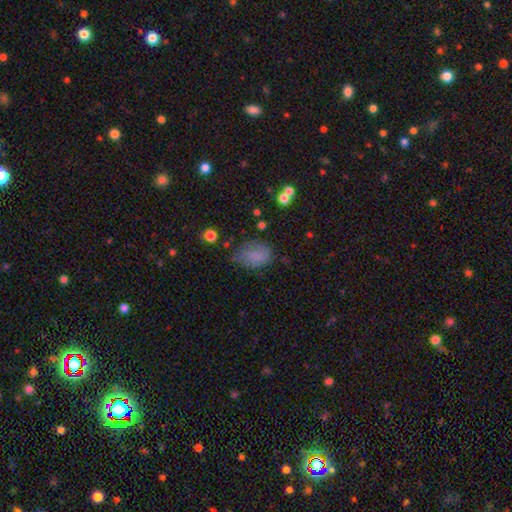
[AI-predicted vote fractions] Smooth or featured?
  - smooth: 76% *
  - featured or disk: 13%
  - star or artifact: 11%
How rounded?
  - in between: 82% *
  - round: 17%
  - cigar-shaped: 2%
Merging?
  - none: 46% *
  - minor disturbance: 37%
  - major disturbance: 15%
  - merger: 2%